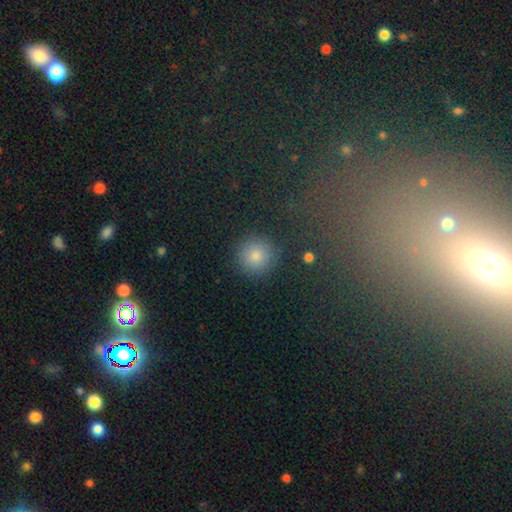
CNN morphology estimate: smooth_or_featured: smooth (p=0.80) [alt: star or artifact p=0.13]
how_rounded: round (p=0.94) [alt: in between p=0.05]
merging: none (p=0.88) [alt: minor disturbance p=0.07]